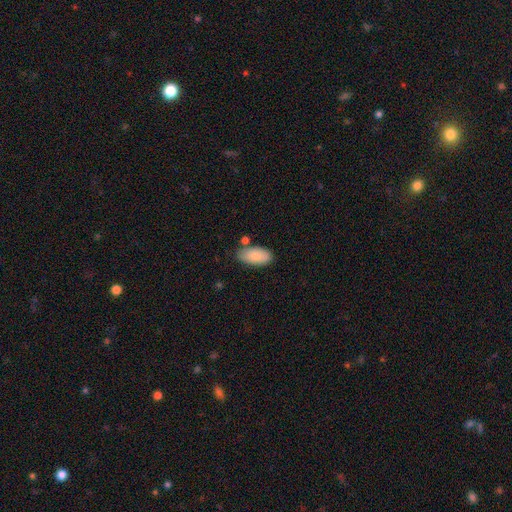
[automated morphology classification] This is clearly a smooth galaxy (85%). How rounded: clearly in between (94%). Merging: likely none (72%).